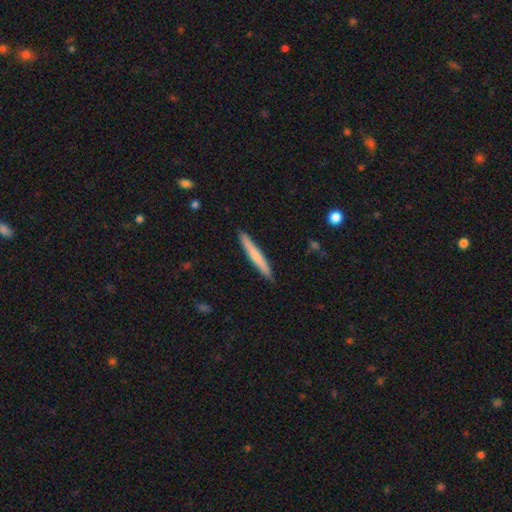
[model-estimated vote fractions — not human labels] A smooth galaxy with no disk features (67%) that is cigar-shaped (96%). Merging: none (91%).